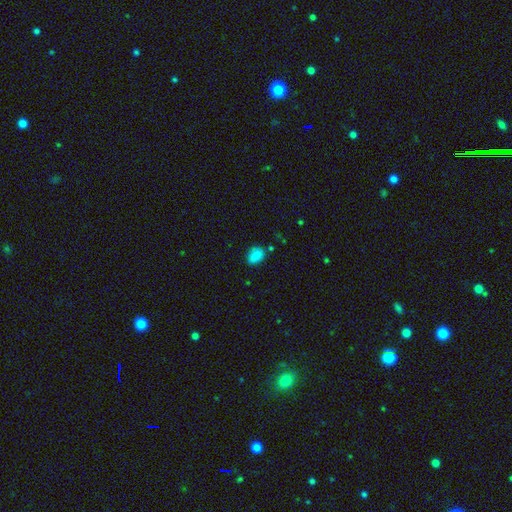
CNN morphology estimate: smooth 85%, star or artifact 9%, featured or disk 6%. Down the decision tree: how rounded — in between (75%); merging — none (72%).